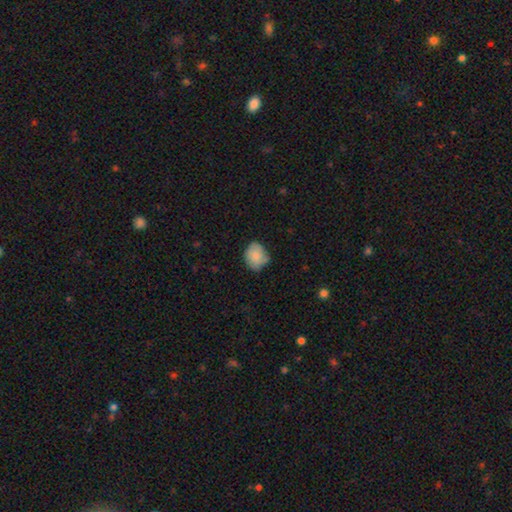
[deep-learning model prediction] This is likely a smooth galaxy (79%). How rounded: possibly round (56%). Merging: possibly none (58%).